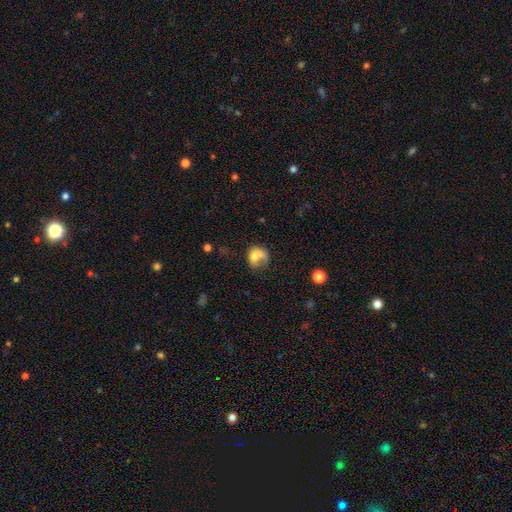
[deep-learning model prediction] The model was most divided on "how rounded": in between: 50%, round: 49%, cigar-shaped: 1%. Remaining: smooth or featured — smooth (64%); merging — merger (30%).